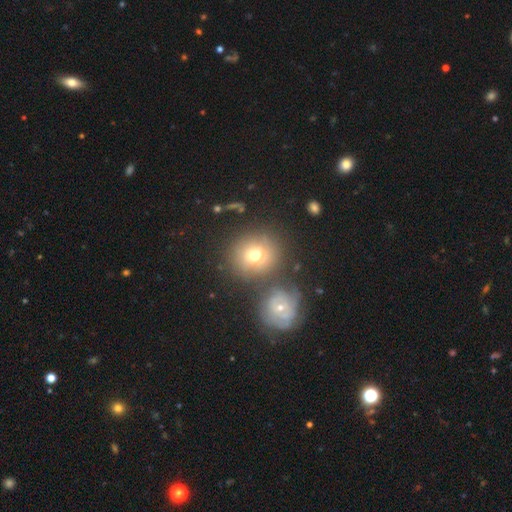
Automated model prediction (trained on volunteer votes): A smooth galaxy with no disk features (67%) that is round (85%).

Vote fractions:
- Smooth or featured? smooth: 67% / featured or disk: 22% / star or artifact: 11%
- How rounded? round: 85% / in between: 14% / cigar-shaped: 1%
- Merging? none: 63% / merger: 20% / minor disturbance: 12% / major disturbance: 5%